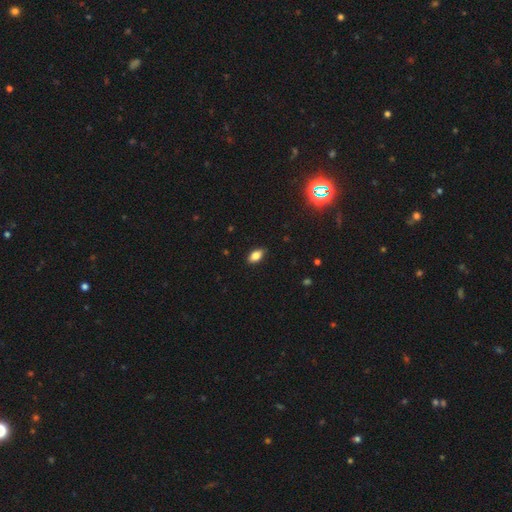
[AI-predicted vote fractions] This is clearly a smooth galaxy (80%). How rounded: clearly in between (89%). Merging: clearly none (86%).